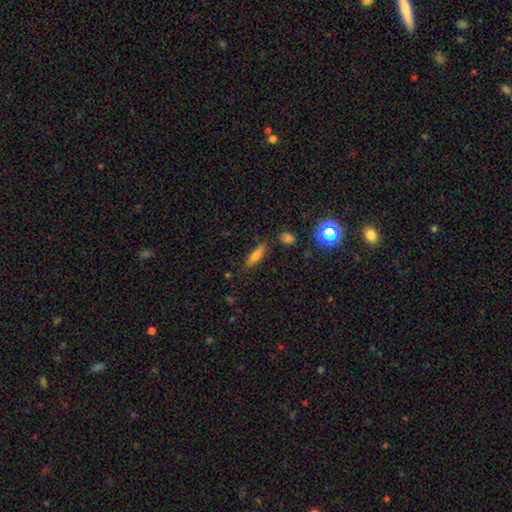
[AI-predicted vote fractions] Morphology: type=smooth (71%); roundness=cigar-shaped (64%); merging=none (81%).